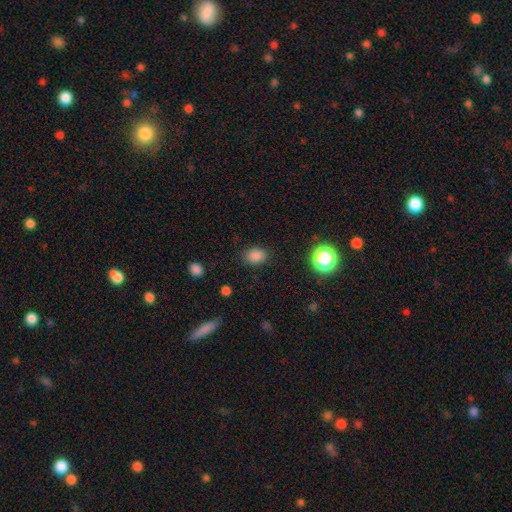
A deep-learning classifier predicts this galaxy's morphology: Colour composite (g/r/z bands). It shows a smooth galaxy with no disk features (83%) that is in between round and cigar-shaped (56%). Merging: none (85%).